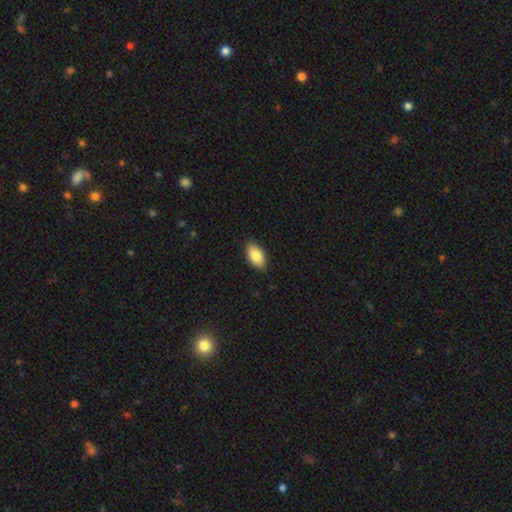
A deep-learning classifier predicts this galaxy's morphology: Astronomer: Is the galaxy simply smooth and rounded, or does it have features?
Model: smooth — 82%.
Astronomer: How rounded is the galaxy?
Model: in between — 92%.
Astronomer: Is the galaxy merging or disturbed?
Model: none — 86%.